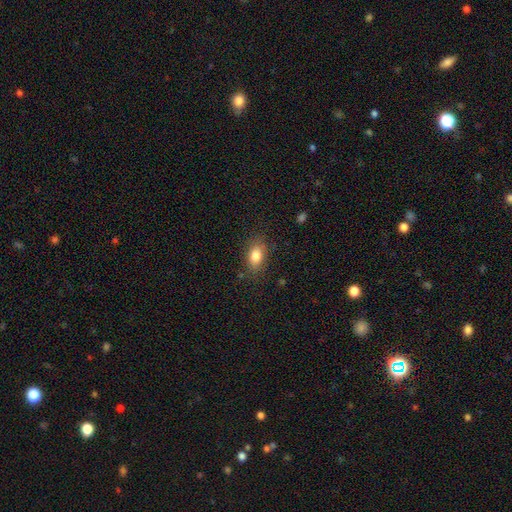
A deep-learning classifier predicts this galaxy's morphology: Smooth or featured? Predicted: smooth (p=0.83). How rounded? Predicted: in between (p=0.84). Merging? Predicted: none (p=0.81).